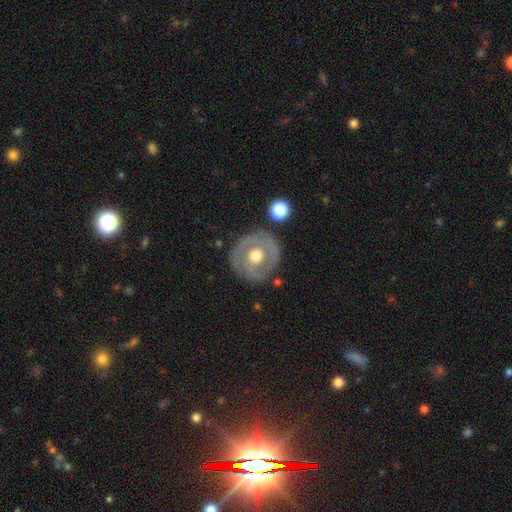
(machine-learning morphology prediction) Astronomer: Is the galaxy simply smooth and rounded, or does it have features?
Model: featured or disk — 62%.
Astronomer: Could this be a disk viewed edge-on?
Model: no — 96%.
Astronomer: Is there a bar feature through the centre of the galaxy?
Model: no — 84%.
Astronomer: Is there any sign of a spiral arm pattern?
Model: no — 66%.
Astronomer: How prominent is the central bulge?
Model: moderate — 67%.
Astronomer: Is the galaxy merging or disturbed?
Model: none — 79%.